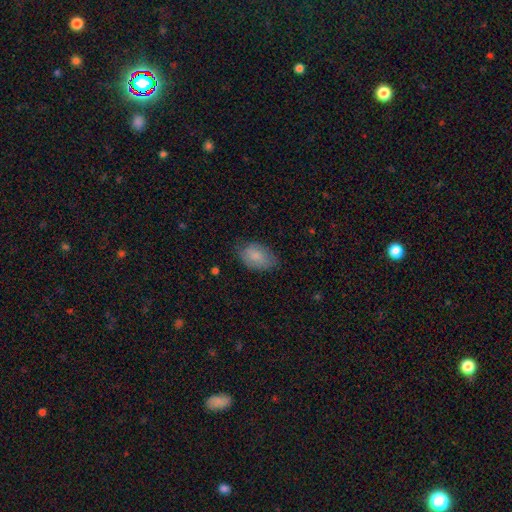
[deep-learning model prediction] Smooth or featured? Predicted: smooth (p=0.79). How rounded? Predicted: in between (p=0.89). Merging? Predicted: none (p=0.67).